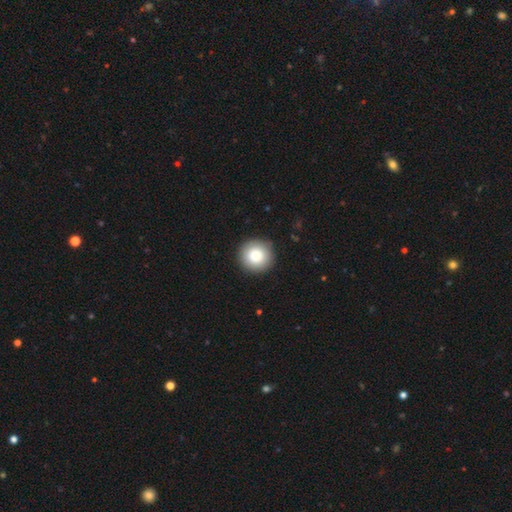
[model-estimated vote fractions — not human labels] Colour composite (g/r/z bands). It shows a smooth galaxy with no disk features (86%) that is round (95%). Merging: none (90%).